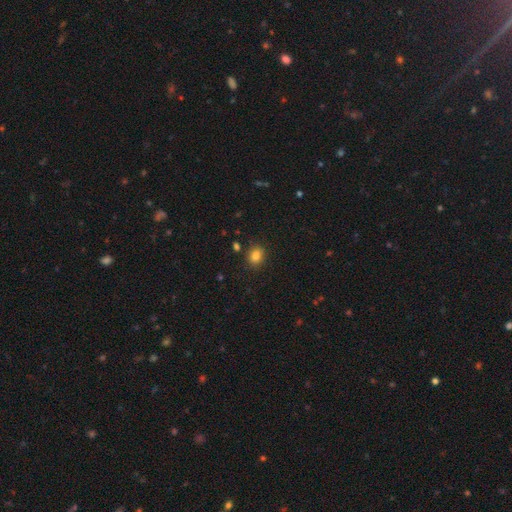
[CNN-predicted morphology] smooth 84%, star or artifact 11%, featured or disk 5%. Down the decision tree: how rounded — round (51%); merging — none (85%).